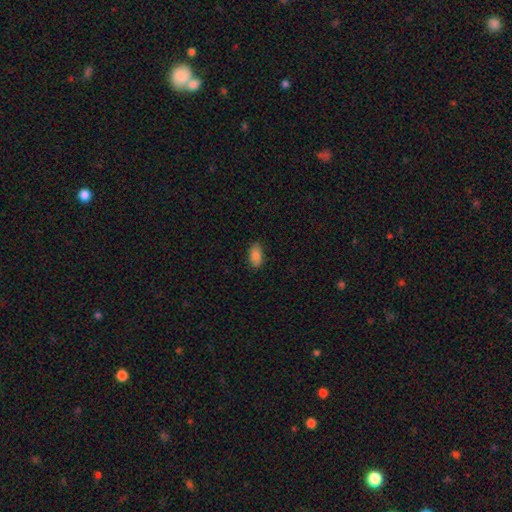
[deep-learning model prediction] Smooth or featured: smooth — 86% (star or artifact — 8%)
How rounded: in between — 92% (round — 4%)
Merging: none — 85% (minor disturbance — 12%)